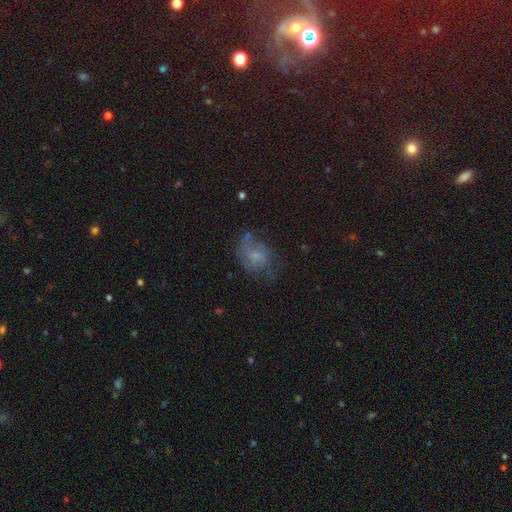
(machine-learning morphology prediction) Overall: smooth (51%; featured or disk 35%). How rounded: in between (69%). Merging: none (46%; minor disturbance 27%).